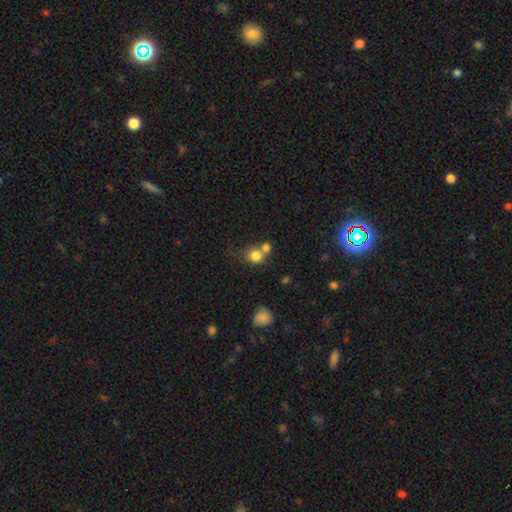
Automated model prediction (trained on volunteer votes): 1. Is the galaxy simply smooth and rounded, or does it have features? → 80% smooth, 11% star or artifact, 10% featured or disk.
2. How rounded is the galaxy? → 78% round, 21% in between, 1% cigar-shaped.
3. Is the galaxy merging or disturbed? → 46% merger, 40% none, 9% minor disturbance, 5% major disturbance.